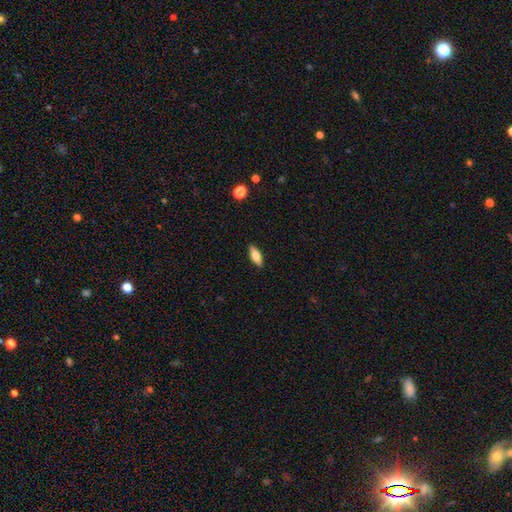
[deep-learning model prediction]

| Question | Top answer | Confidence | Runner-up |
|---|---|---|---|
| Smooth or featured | smooth | 63% | featured or disk (31%) |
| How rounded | in between | 70% | cigar-shaped (27%) |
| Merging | none | 89% | minor disturbance (8%) |